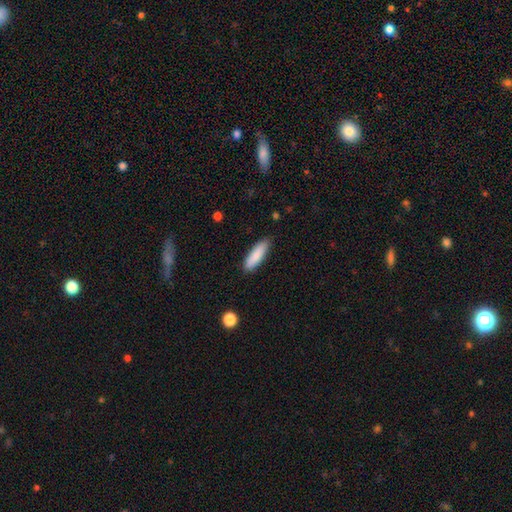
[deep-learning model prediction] Overall: smooth (87%). How rounded: cigar-shaped (56%; in between 42%). Merging: none (86%).